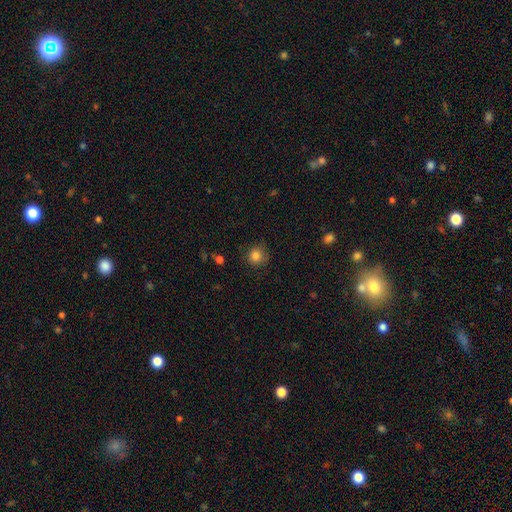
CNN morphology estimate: type=smooth (84%); roundness=round (91%); merging=none (78%).